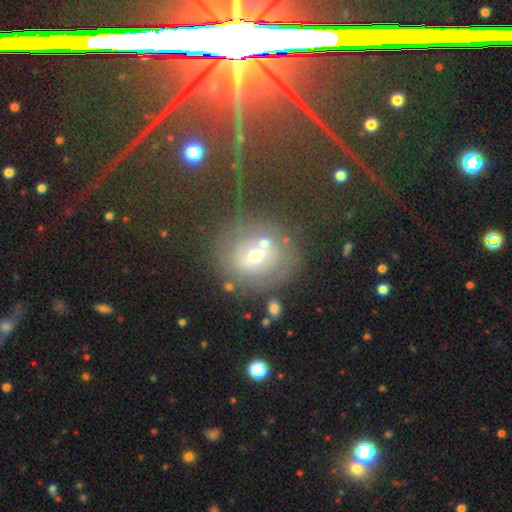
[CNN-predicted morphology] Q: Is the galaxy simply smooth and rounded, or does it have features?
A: smooth — 46%.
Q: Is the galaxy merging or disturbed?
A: none — 59%.